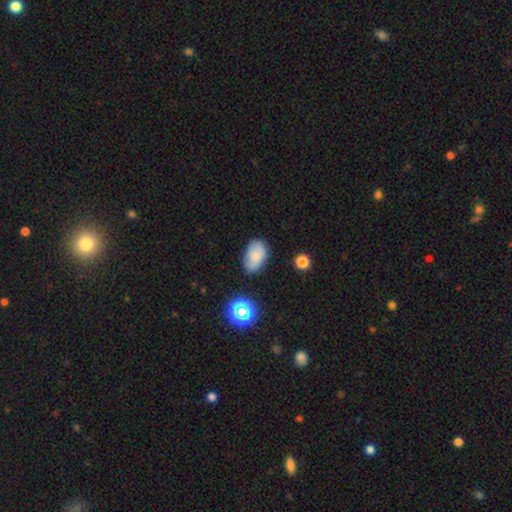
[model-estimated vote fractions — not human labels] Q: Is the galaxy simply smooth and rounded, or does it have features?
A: smooth — 72%.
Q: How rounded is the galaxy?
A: in between — 86%.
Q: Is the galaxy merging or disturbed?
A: none — 63%.